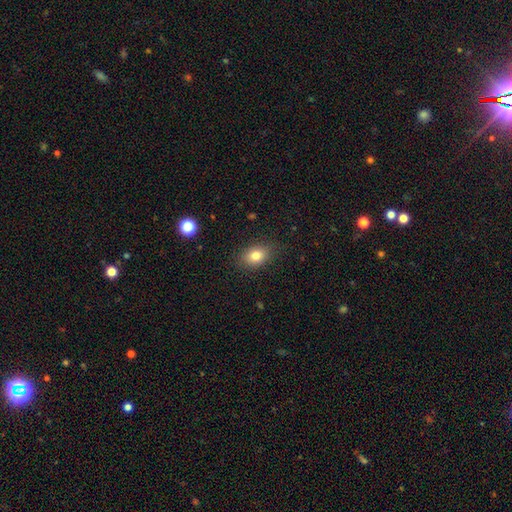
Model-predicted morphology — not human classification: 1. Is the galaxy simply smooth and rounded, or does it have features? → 81% smooth, 10% star or artifact, 9% featured or disk.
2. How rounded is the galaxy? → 75% in between, 23% round, 2% cigar-shaped.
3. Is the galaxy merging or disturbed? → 84% none, 12% minor disturbance, 3% major disturbance, 1% merger.